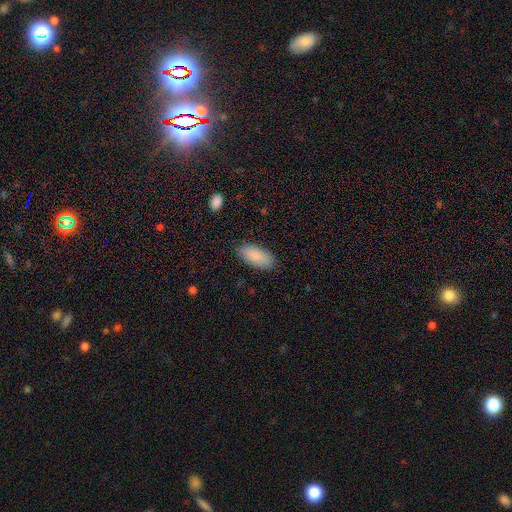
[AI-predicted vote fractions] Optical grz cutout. It shows a smooth galaxy with no disk features (88%) that is in between round and cigar-shaped (90%). Merging: none (86%).